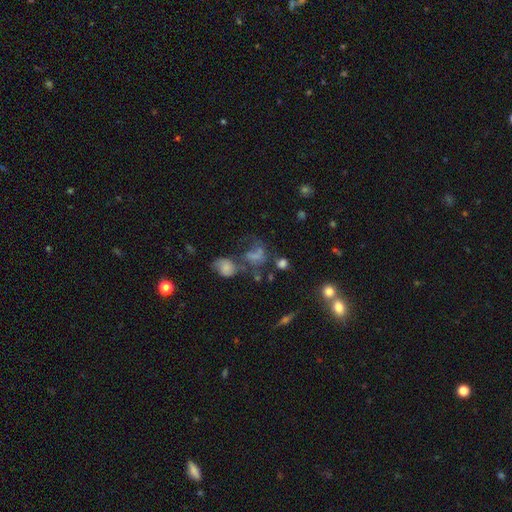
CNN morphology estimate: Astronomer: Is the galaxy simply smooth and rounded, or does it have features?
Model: smooth — 56%.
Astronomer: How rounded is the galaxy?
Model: in between — 56% (runner-up: round, 41%).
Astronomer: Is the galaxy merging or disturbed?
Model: merger — 34% (runner-up: none, 26%).